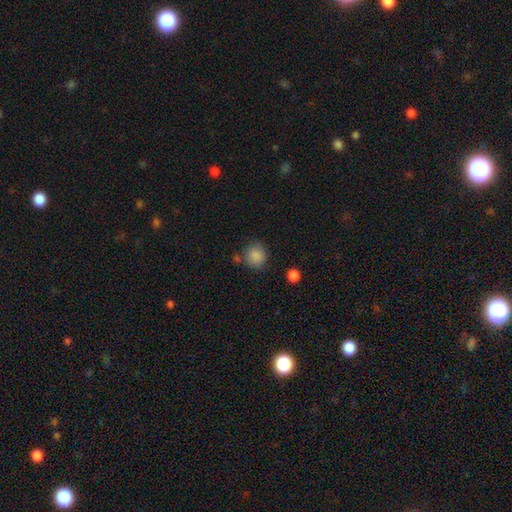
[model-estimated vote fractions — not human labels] Morphology: type=smooth (87%); roundness=round (88%); merging=none (77%).